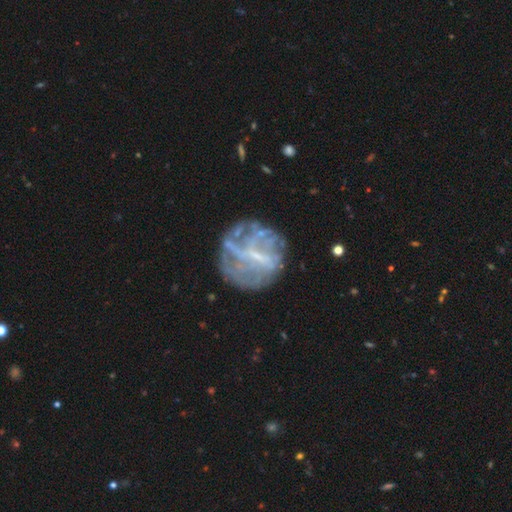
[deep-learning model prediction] Smooth or featured?
  - featured or disk: 66% *
  - smooth: 21%
  - star or artifact: 14%
Edge-on disk?
  - no: 96% *
  - yes: 4%
Bar?
  - weak: 42% *
  - no: 33%
  - strong: 25%
Spiral arms?
  - no: 58% *
  - yes: 42%
Bulge size?
  - small: 44% *
  - none: 40%
  - moderate: 13%
  - large: 2%
  - dominant: 1%
Merging?
  - none: 65% *
  - minor disturbance: 16%
  - major disturbance: 16%
  - merger: 3%